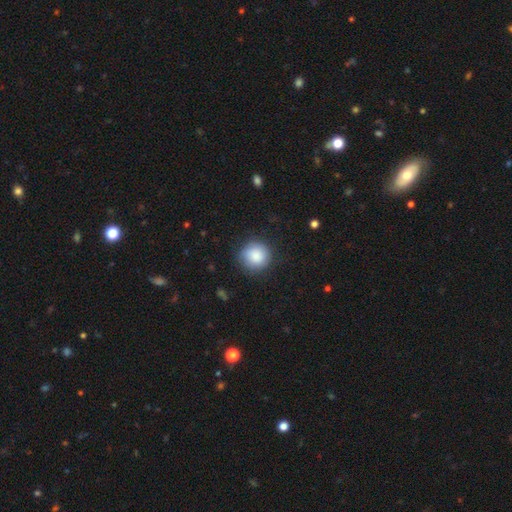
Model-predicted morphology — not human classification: smooth_or_featured: smooth (p=0.87) [alt: star or artifact p=0.08]
how_rounded: round (p=0.94) [alt: in between p=0.06]
merging: none (p=0.85) [alt: minor disturbance p=0.11]